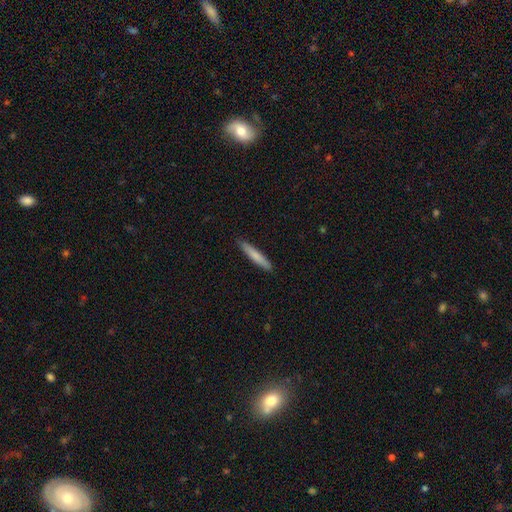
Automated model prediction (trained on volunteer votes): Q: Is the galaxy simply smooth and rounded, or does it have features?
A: smooth — 77%.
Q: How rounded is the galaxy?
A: cigar-shaped — 94%.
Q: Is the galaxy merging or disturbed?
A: none — 89%.